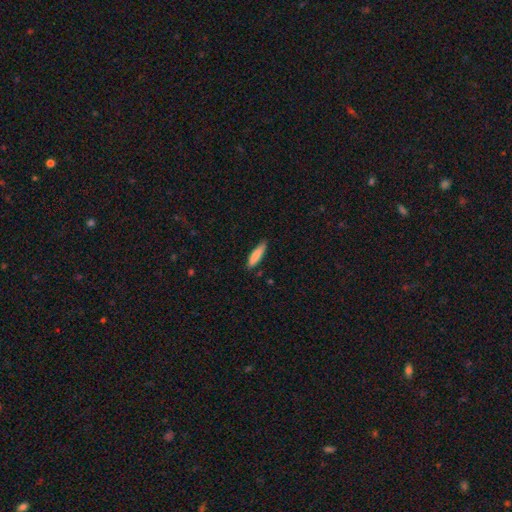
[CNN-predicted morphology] smooth_or_featured: smooth (p=0.84) [alt: featured or disk p=0.10]
how_rounded: cigar-shaped (p=0.73) [alt: in between p=0.25]
merging: none (p=0.84) [alt: minor disturbance p=0.13]